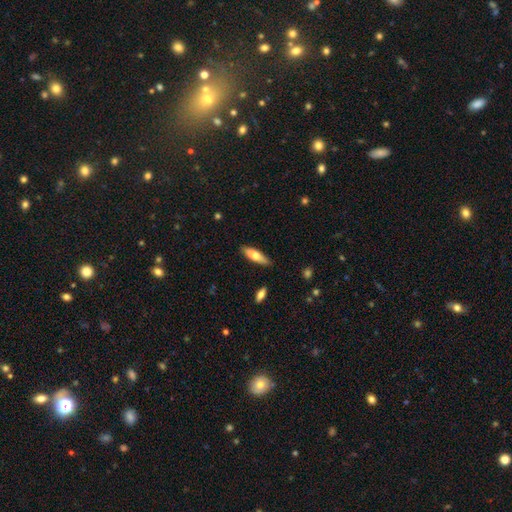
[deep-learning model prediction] smooth_or_featured: smooth (p=0.60) [alt: featured or disk p=0.34]
how_rounded: cigar-shaped (p=0.62) [alt: in between p=0.36]
merging: none (p=0.67) [alt: merger p=0.16]